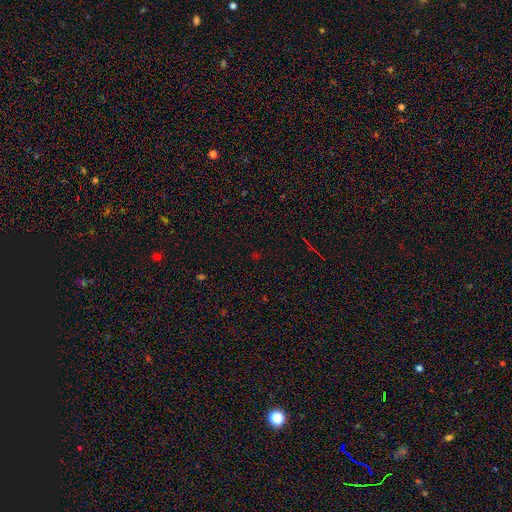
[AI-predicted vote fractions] Smooth or featured: star or artifact — 69% (smooth — 22%)